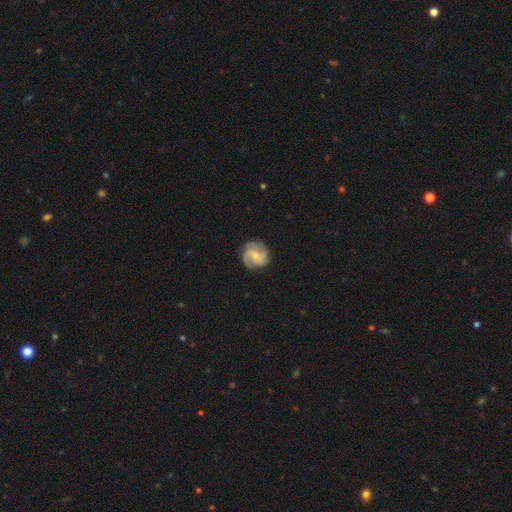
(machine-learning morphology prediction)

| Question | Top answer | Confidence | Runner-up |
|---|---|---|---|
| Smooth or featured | featured or disk | 84% | smooth (11%) |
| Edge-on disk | no | 98% | yes (2%) |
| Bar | no | 54% | weak (37%) |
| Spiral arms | yes | 97% | no (3%) |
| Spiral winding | medium | 45% | tied: tight (45%) |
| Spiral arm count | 3 | 49% | 2 (27%) |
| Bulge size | small | 54% | moderate (41%) |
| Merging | none | 81% | minor disturbance (14%) |